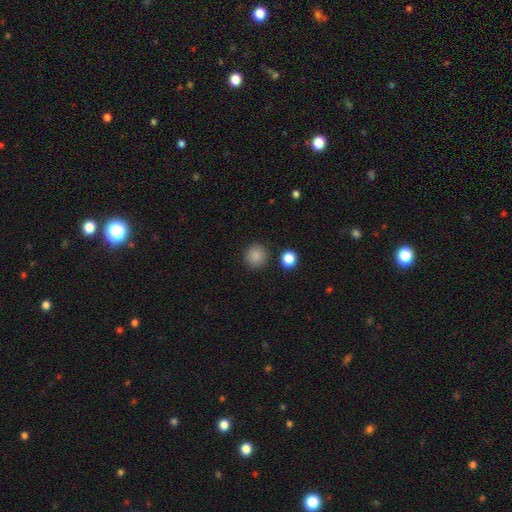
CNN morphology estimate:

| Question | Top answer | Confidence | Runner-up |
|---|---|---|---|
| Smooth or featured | smooth | 86% | star or artifact (10%) |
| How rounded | round | 92% | in between (7%) |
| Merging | none | 89% | minor disturbance (6%) |